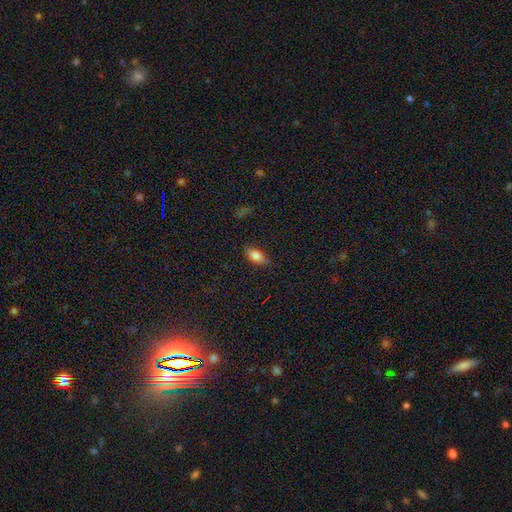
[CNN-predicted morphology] smooth-or-featured: smooth: 80% | featured or disk: 11% | star or artifact: 9%
  how-rounded: in between: 86% | cigar-shaped: 9% | round: 5%
  merging: none: 80% | minor disturbance: 15% | major disturbance: 3% | merger: 1%